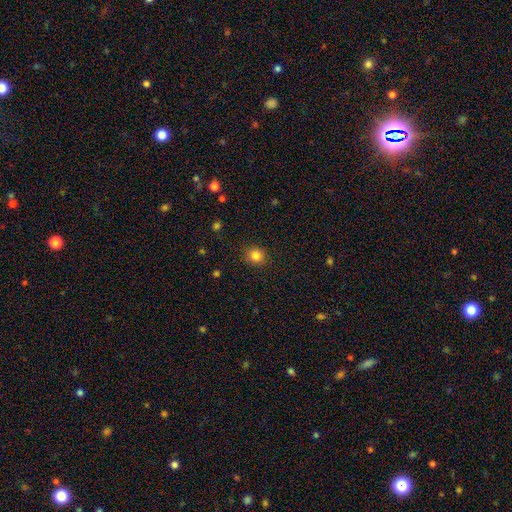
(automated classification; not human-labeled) This is clearly a smooth galaxy (84%). How rounded: clearly round (85%). Merging: clearly none (89%).